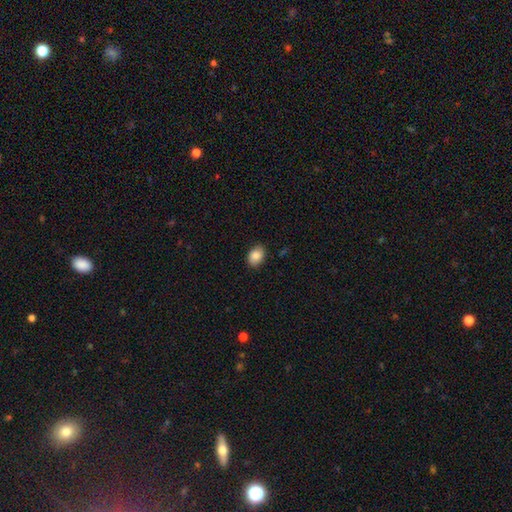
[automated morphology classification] Smooth or featured?
  - smooth: 86% *
  - star or artifact: 8%
  - featured or disk: 6%
How rounded?
  - in between: 78% *
  - round: 21%
  - cigar-shaped: 1%
Merging?
  - none: 85% *
  - minor disturbance: 11%
  - major disturbance: 2%
  - merger: 1%